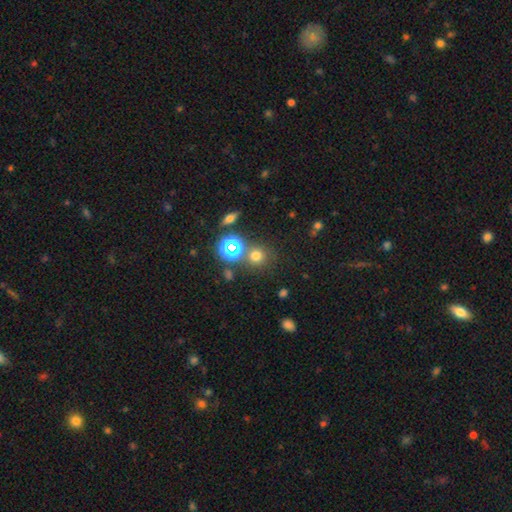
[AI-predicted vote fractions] Overall: smooth (68%). How rounded: round (90%). Merging: none (75%).